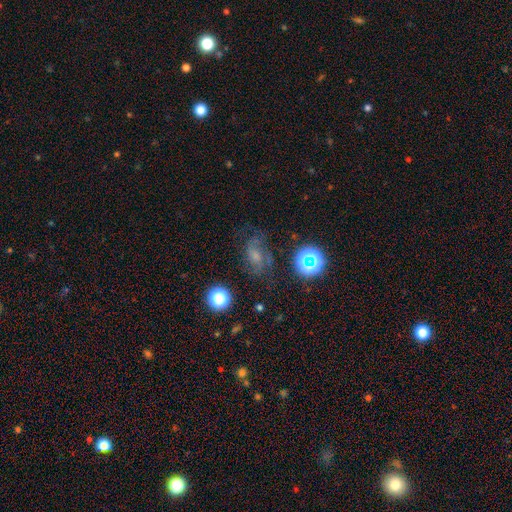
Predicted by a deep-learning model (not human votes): Morphology: type=featured or disk (42%); merging=none (58%).